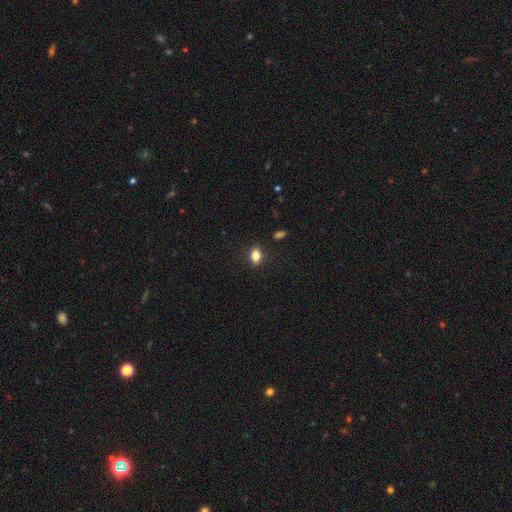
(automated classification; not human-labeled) This is clearly a smooth galaxy (84%). How rounded: likely in between (79%). Merging: clearly none (88%).